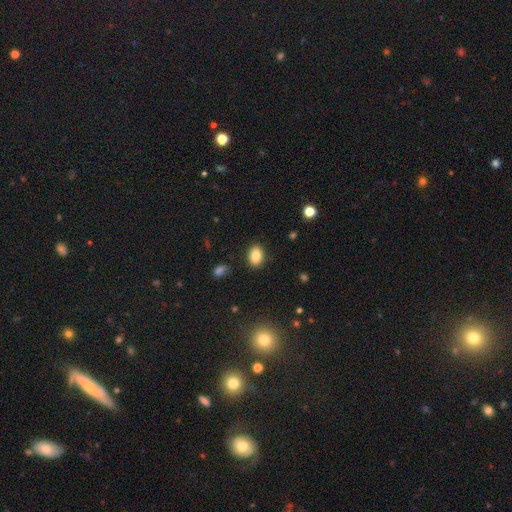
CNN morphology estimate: A smooth galaxy with no disk features (84%) that is in between round and cigar-shaped (81%).

Vote fractions:
- Smooth or featured? smooth: 84% / star or artifact: 9% / featured or disk: 7%
- How rounded? in between: 81% / round: 18% / cigar-shaped: 1%
- Merging? none: 87% / minor disturbance: 9% / major disturbance: 2% / merger: 1%